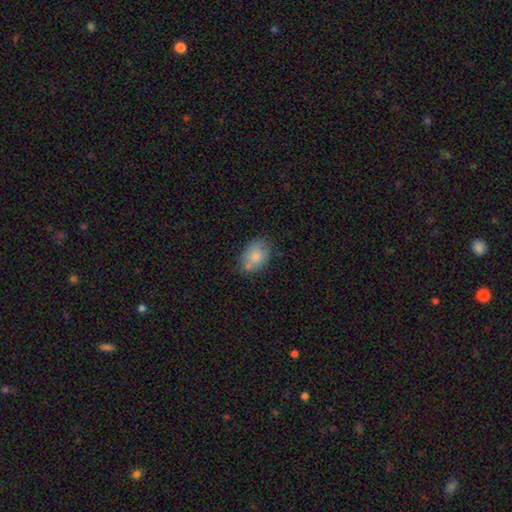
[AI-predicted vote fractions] A smooth galaxy with no disk features (80%) that is in between round and cigar-shaped (77%).

Vote fractions:
- Smooth or featured? smooth: 80% / featured or disk: 12% / star or artifact: 8%
- How rounded? in between: 77% / round: 21% / cigar-shaped: 1%
- Merging? none: 62% / minor disturbance: 22% / merger: 11% / major disturbance: 5%